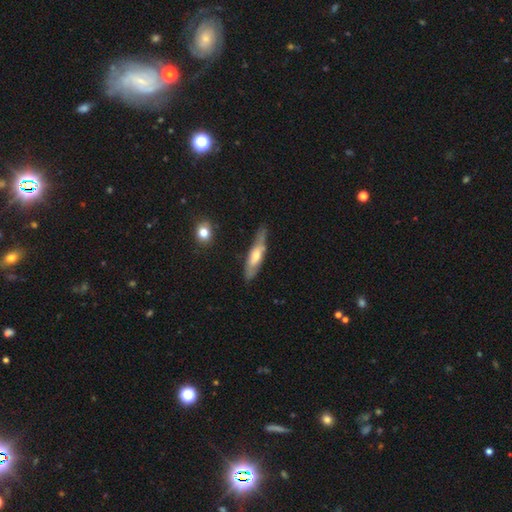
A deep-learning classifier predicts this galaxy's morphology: Smooth or featured?
  - featured or disk: 51% *
  - smooth: 43%
  - star or artifact: 6%
Edge-on disk?
  - yes: 62% *
  - no: 38%
Merging?
  - none: 66% *
  - minor disturbance: 25%
  - major disturbance: 6%
  - merger: 3%